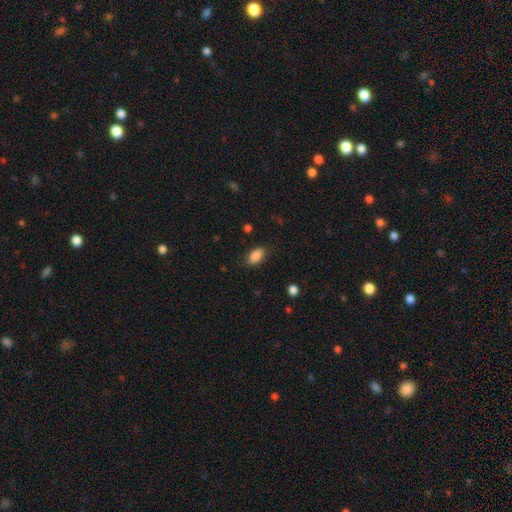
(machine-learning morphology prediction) Smooth or featured: smooth — 86% (star or artifact — 8%)
How rounded: in between — 91% (round — 6%)
Merging: none — 81% (minor disturbance — 14%)